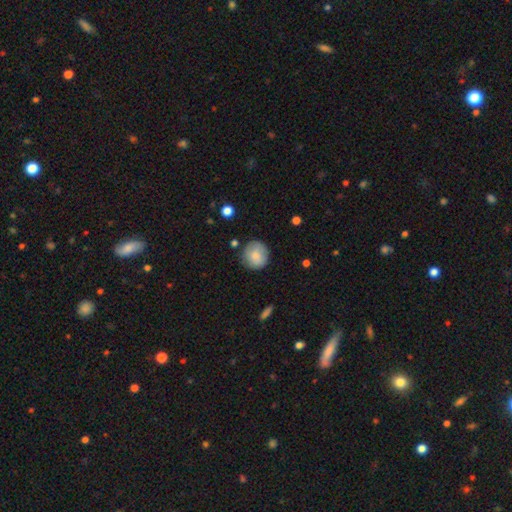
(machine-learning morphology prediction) type=smooth (79%); roundness=round (91%); merging=none (80%).